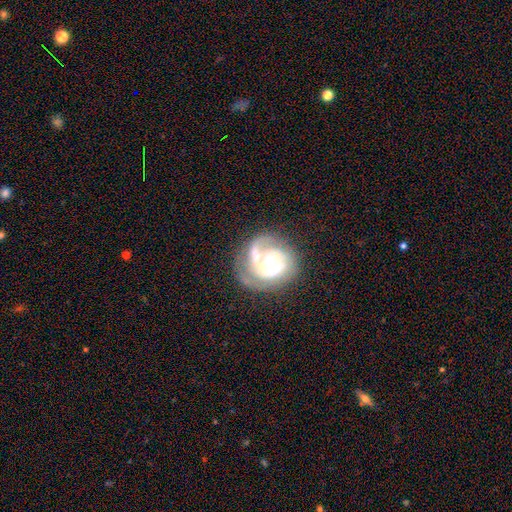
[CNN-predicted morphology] A featured or disk galaxy (83%) with no bar (66%), 2 (41%) tight (54%) spiral arms (93%) and a moderate central bulge (66%). Merging: none (60%).